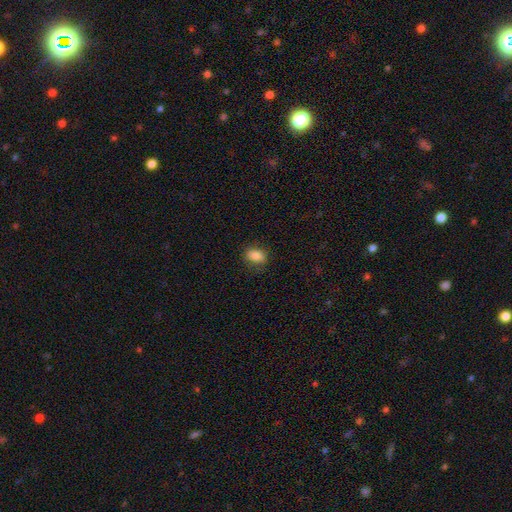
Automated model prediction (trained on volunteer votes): The model was most divided on "how rounded": in between: 74%, round: 24%, cigar-shaped: 2%. More confident: smooth or featured — smooth (85%); merging — none (81%).